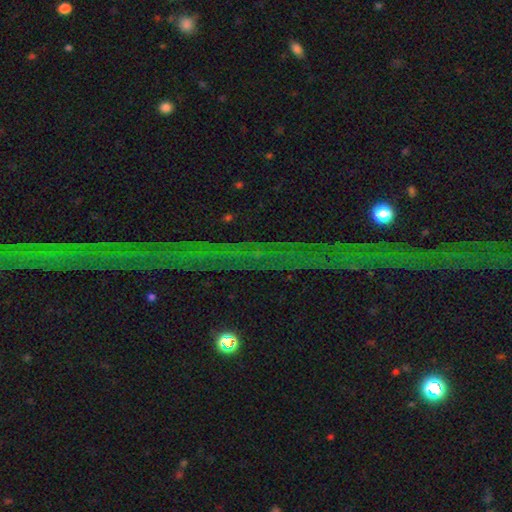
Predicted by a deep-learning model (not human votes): This is clearly a star or artifact rather than a galaxy (80%).